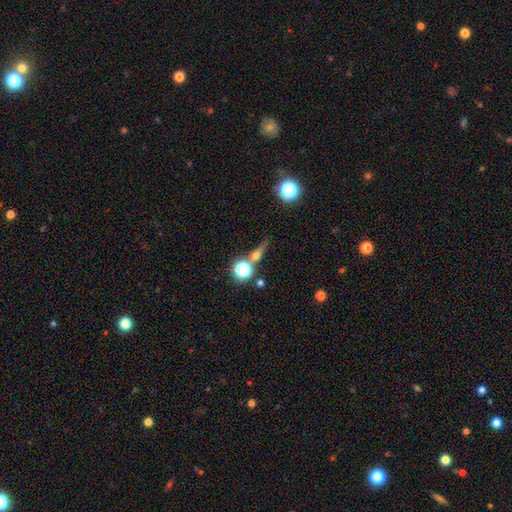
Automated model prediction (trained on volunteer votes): Morphology: type=smooth (46%); merging=none (59%).